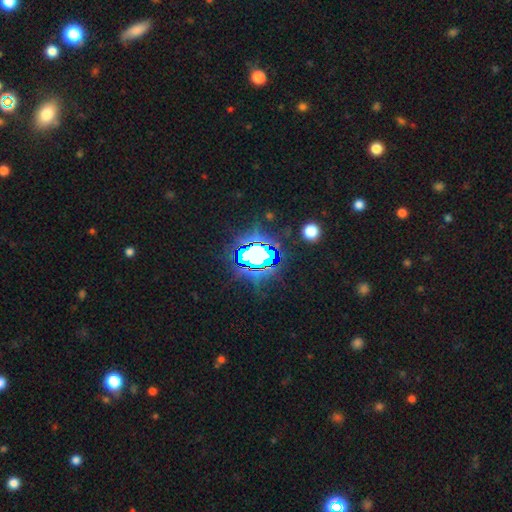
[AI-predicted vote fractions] The model was most divided on "smooth or featured": star or artifact: 71%, smooth: 15%, featured or disk: 13%.